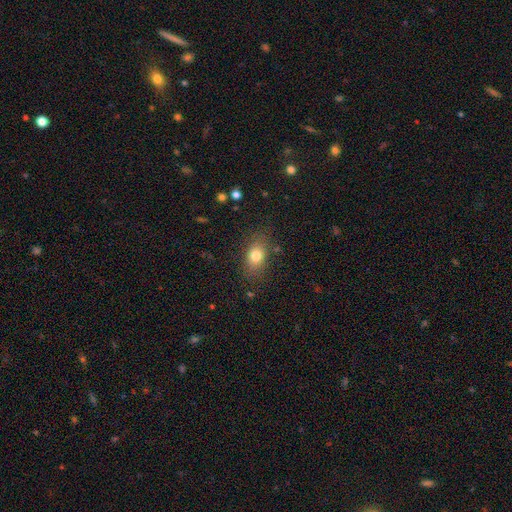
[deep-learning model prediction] smooth_or_featured: smooth (p=0.79) [alt: featured or disk p=0.11]
how_rounded: in between (p=0.77) [alt: round p=0.19]
merging: none (p=0.79) [alt: minor disturbance p=0.14]